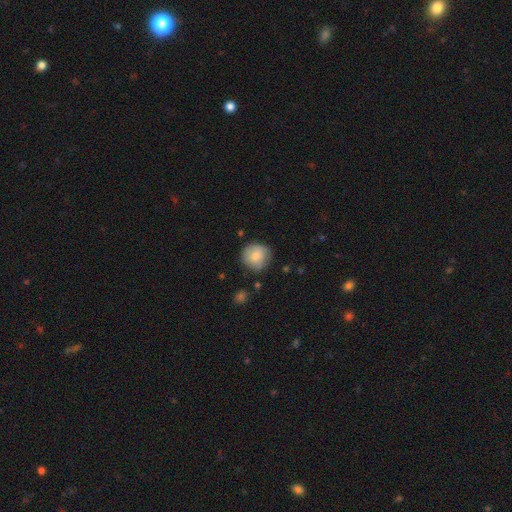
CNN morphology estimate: Overall: smooth (80%). How rounded: round (90%). Merging: none (74%).